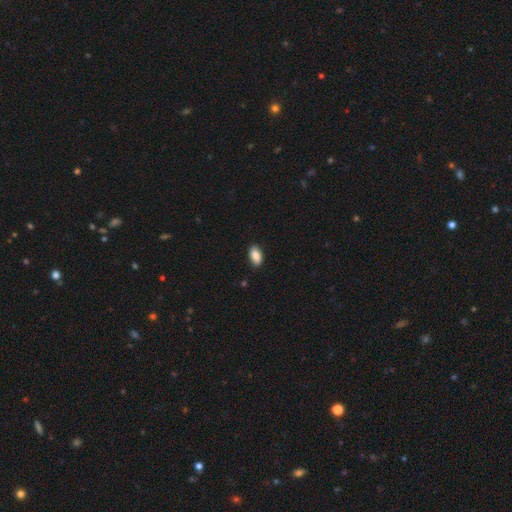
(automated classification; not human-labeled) Smooth or featured: smooth — 86% (star or artifact — 7%)
How rounded: in between — 92% (cigar-shaped — 5%)
Merging: none — 87% (minor disturbance — 10%)